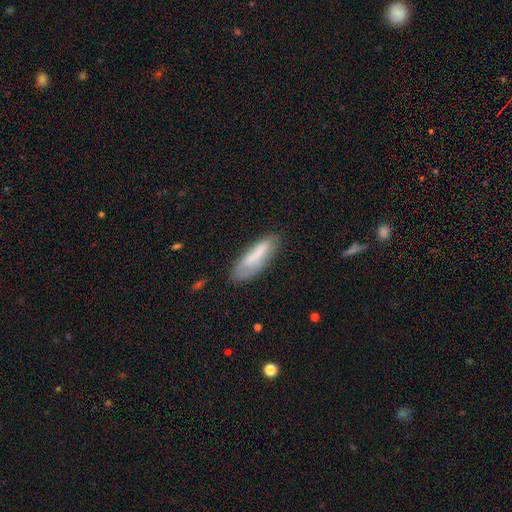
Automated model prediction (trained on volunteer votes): Overall: smooth (73%). How rounded: cigar-shaped (57%; in between 42%). Merging: none (66%).